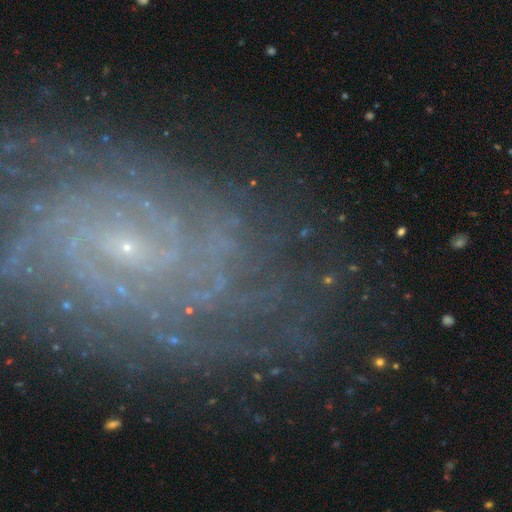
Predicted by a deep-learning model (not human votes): featured or disk 86%, star or artifact 9%, smooth 6%. Down the decision tree: edge-on disk — no (97%); bar — no (47%); spiral arms — yes (97%); spiral arm count — can't tell (29%); spiral winding — tight (70%); bulge size — small (87%); merging — none (75%).